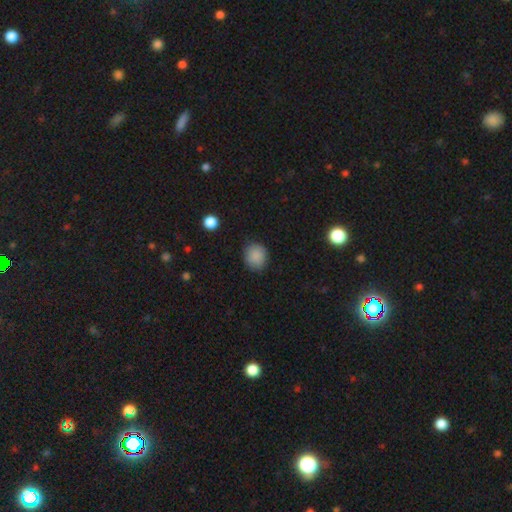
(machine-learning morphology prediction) Q: Smooth or featured?
A: smooth (87%); runner-up: star or artifact (9%)
Q: How rounded?
A: round (80%); runner-up: in between (19%)
Q: Merging?
A: none (84%); runner-up: minor disturbance (12%)